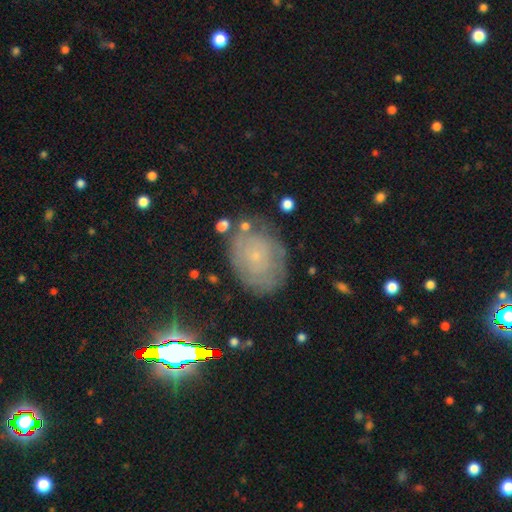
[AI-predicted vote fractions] Smooth or featured?
  - featured or disk: 45% *
  - smooth: 38%
  - star or artifact: 18%
Merging?
  - none: 72% *
  - minor disturbance: 19%
  - major disturbance: 7%
  - merger: 3%